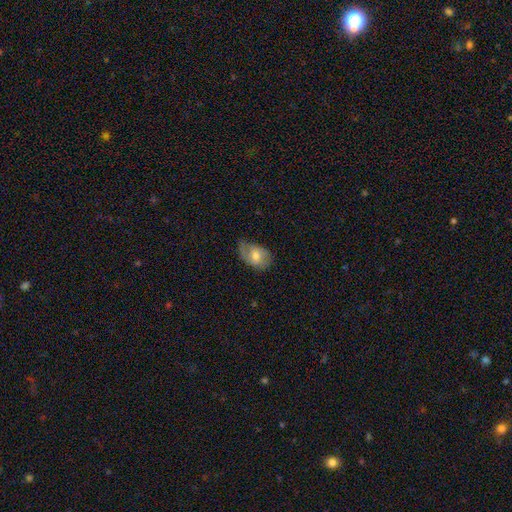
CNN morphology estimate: smooth 52%, featured or disk 41%, star or artifact 7%. Down the decision tree: how rounded — in between (78%); merging — none (49%).